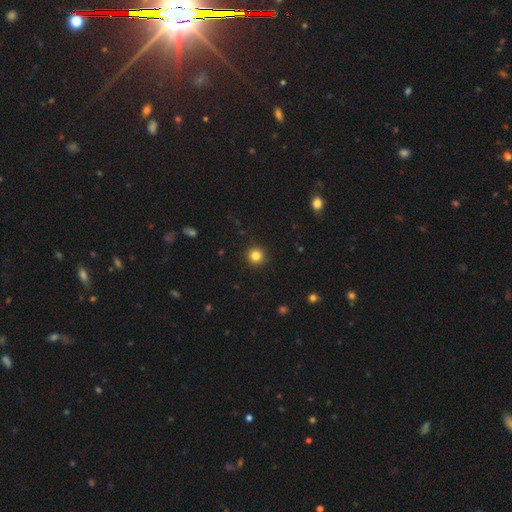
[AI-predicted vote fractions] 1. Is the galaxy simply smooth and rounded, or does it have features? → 83% smooth, 12% star or artifact, 5% featured or disk.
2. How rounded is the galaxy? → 95% round, 4% in between, 1% cigar-shaped.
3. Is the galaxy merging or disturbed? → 93% none, 5% minor disturbance, 2% major disturbance, 1% merger.